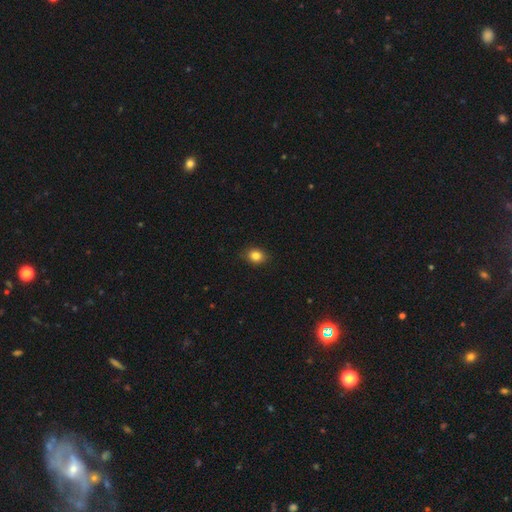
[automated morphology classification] This appears to be a smooth galaxy with no disk features (83%) that is in between round and cigar-shaped (50%). Merging: none (86%).